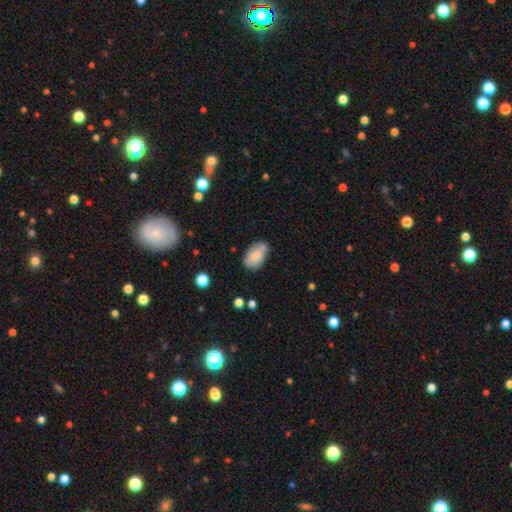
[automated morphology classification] Smooth or featured? smooth (79%)
How rounded? in between (93%)
Merging? none (65%)